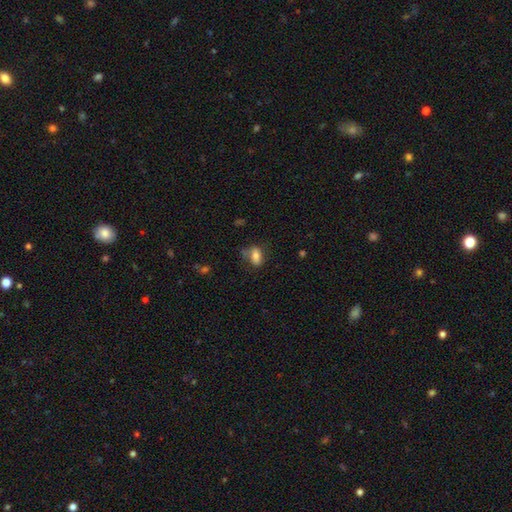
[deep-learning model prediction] This is likely a smooth galaxy (74%). How rounded: clearly in between (84%). Merging: likely none (63%).